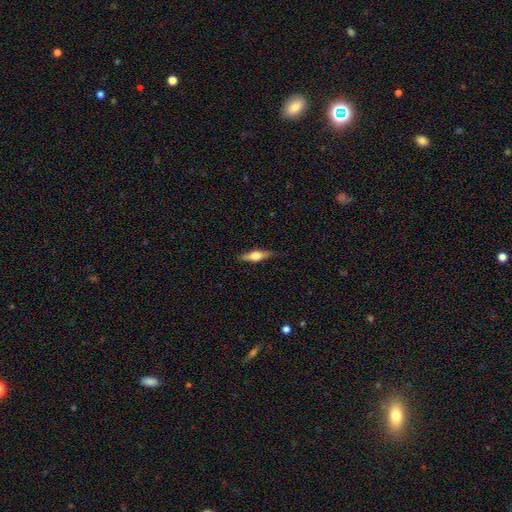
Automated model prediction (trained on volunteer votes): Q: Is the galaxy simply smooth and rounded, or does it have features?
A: featured or disk — 55%.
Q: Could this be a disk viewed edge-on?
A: yes — 94%.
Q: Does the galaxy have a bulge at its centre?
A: rounded — 93%.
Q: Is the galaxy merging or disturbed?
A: none — 84%.